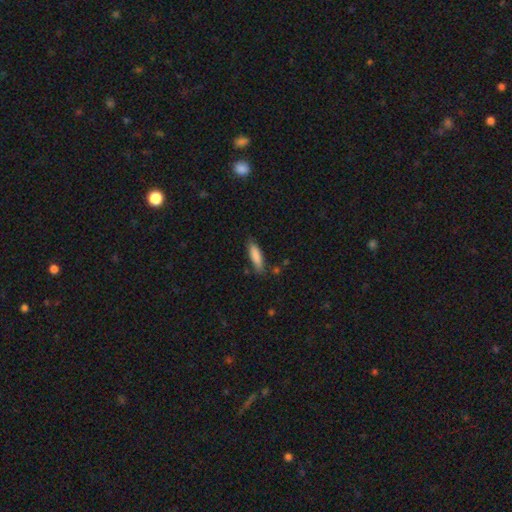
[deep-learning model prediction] Morphology: type=smooth (85%); roundness=cigar-shaped (60%); merging=none (80%).